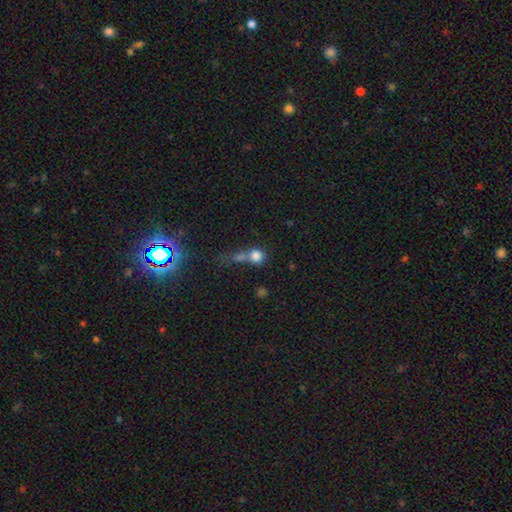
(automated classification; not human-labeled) smooth-or-featured: smooth: 78% | star or artifact: 12% | featured or disk: 9%
  how-rounded: round: 82% | in between: 16% | cigar-shaped: 2%
  merging: merger: 48% | none: 34% | minor disturbance: 10% | major disturbance: 8%